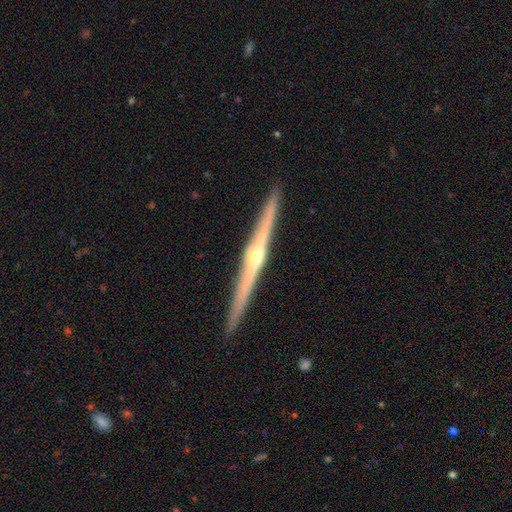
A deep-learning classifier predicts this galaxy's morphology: smooth_or_featured: featured or disk (p=0.84) [alt: smooth p=0.11]
disk_edge_on: yes (p=0.99) [alt: no p=0.01]
edge_on_bulge: rounded (p=0.81) [alt: none p=0.14]
merging: none (p=0.93) [alt: minor disturbance p=0.05]